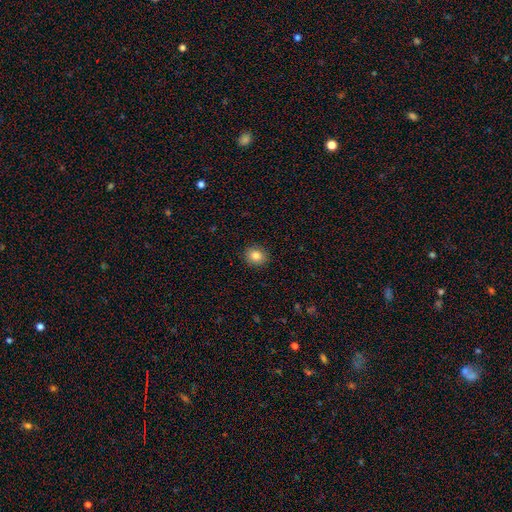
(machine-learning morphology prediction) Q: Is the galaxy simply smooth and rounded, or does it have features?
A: smooth — 84%.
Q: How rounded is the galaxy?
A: round — 78%.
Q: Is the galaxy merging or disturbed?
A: none — 91%.